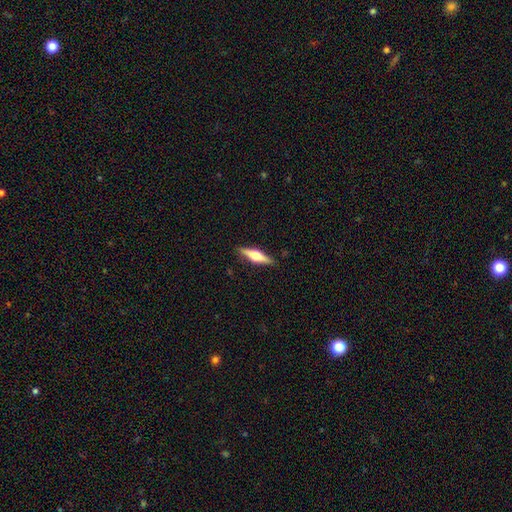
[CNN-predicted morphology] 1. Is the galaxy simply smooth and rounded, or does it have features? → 60% featured or disk, 34% smooth, 6% star or artifact.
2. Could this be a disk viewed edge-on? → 96% yes, 4% no.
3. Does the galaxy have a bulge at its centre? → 93% rounded, 5% boxy, 2% none.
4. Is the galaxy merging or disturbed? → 88% none, 9% minor disturbance, 2% major disturbance, 1% merger.